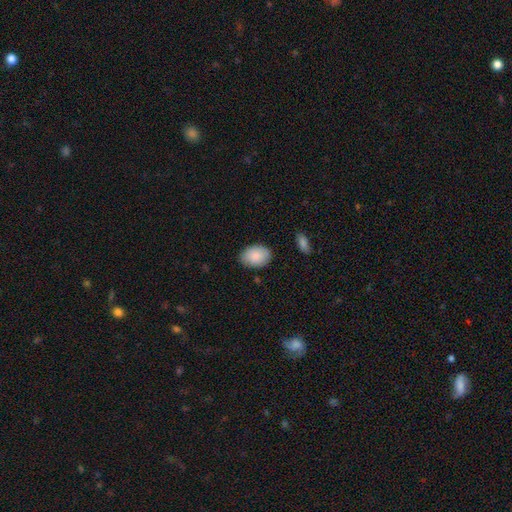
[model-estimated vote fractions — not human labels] smooth-or-featured: smooth: 88% | star or artifact: 6% | featured or disk: 6%
  how-rounded: in between: 84% | round: 15% | cigar-shaped: 1%
  merging: none: 82% | minor disturbance: 14% | major disturbance: 3% | merger: 2%